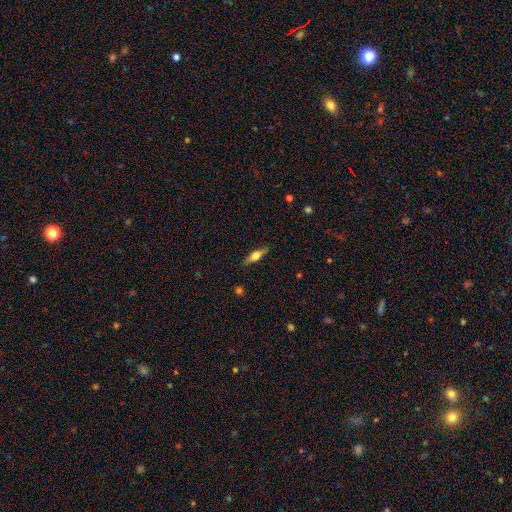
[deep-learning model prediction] This is possibly a smooth galaxy (48%). Merging: clearly none (87%).